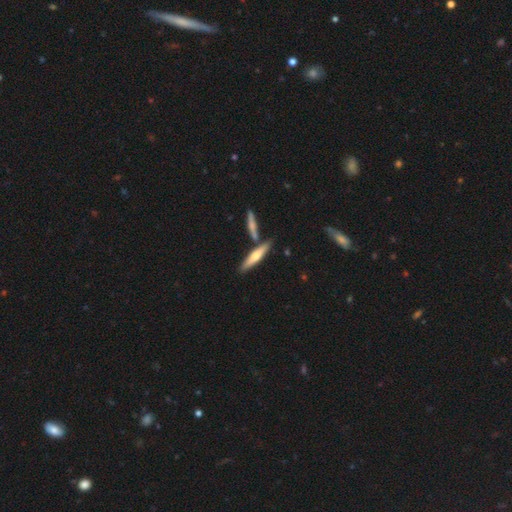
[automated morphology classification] Smooth or featured? smooth (52%)
How rounded? cigar-shaped (81%)
Merging? none (72%)